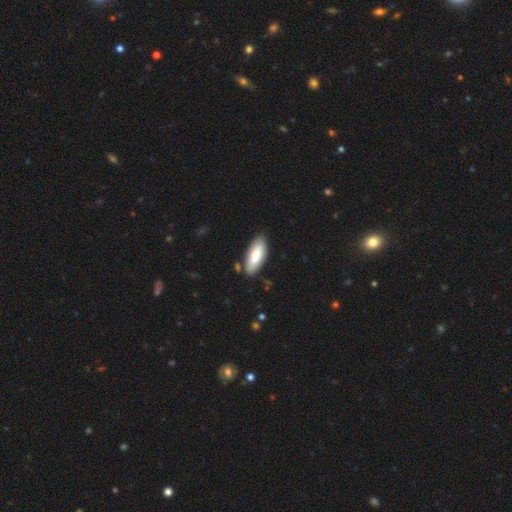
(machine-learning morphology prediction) Smooth or featured? smooth (77%)
How rounded? in between (79%)
Merging? none (82%)